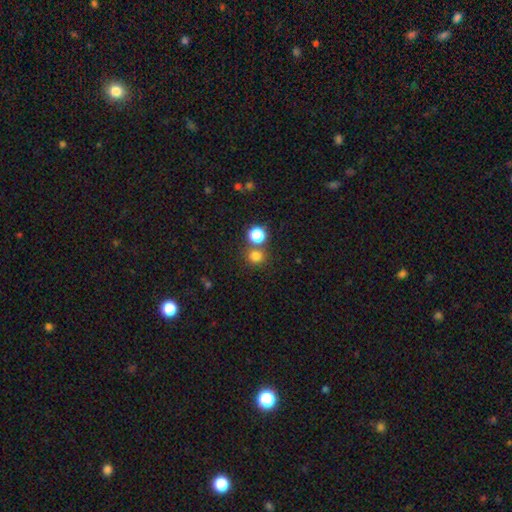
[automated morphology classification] Q: Smooth or featured?
A: smooth (76%); runner-up: star or artifact (18%)
Q: How rounded?
A: round (89%); runner-up: in between (10%)
Q: Merging?
A: none (72%); runner-up: merger (19%)